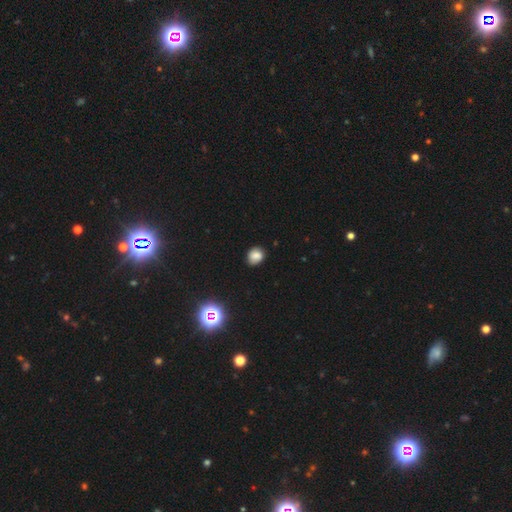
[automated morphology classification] Smooth or featured?
  - smooth: 78% *
  - star or artifact: 13%
  - featured or disk: 9%
How rounded?
  - round: 58% *
  - in between: 41%
  - cigar-shaped: 1%
Merging?
  - none: 79% *
  - minor disturbance: 16%
  - major disturbance: 3%
  - merger: 1%